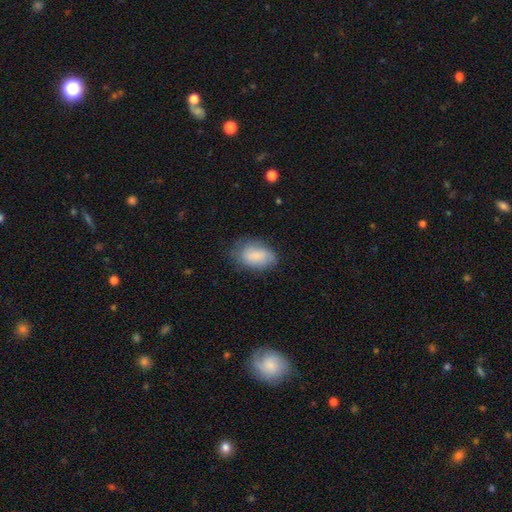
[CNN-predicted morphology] The model was most divided on "merging": none: 65%, minor disturbance: 26%, major disturbance: 8%, merger: 1%. More confident: how rounded — in between (89%); smooth or featured — smooth (78%).